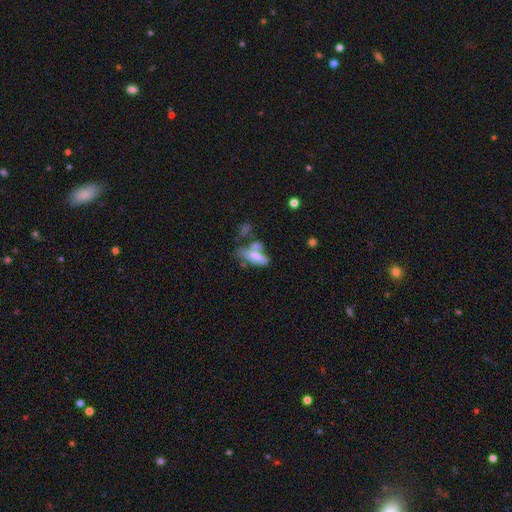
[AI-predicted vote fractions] smooth-or-featured: smooth: 59% | featured or disk: 32% | star or artifact: 9%
  how-rounded: in between: 68% | cigar-shaped: 28% | round: 4%
  merging: merger: 37% | none: 30% | minor disturbance: 18% | major disturbance: 15%